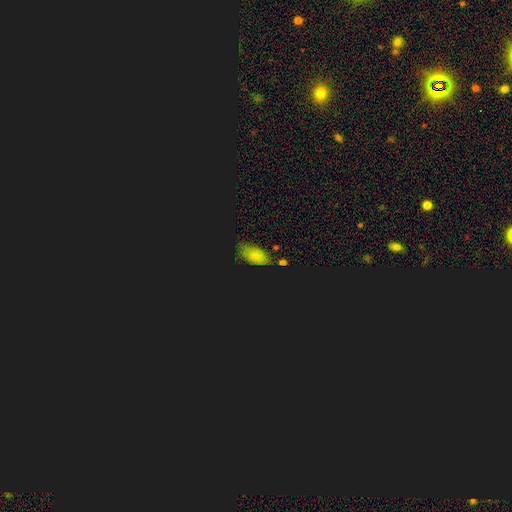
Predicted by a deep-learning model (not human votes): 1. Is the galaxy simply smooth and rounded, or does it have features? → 46% star or artifact, 42% smooth, 12% featured or disk.